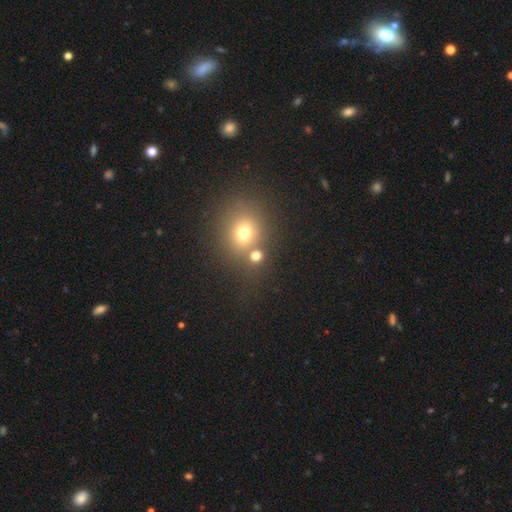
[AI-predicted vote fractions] A smooth galaxy with no disk features (72%) that is round (79%).

Vote fractions:
- Smooth or featured? smooth: 72% / star or artifact: 18% / featured or disk: 10%
- How rounded? round: 79% / in between: 20% / cigar-shaped: 1%
- Merging? none: 61% / merger: 26% / minor disturbance: 9% / major disturbance: 4%